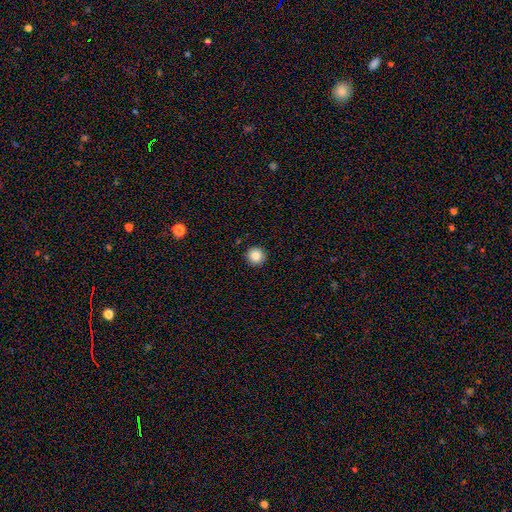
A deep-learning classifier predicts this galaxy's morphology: smooth-or-featured: smooth: 87% | star or artifact: 10% | featured or disk: 4%
  how-rounded: round: 95% | in between: 4% | cigar-shaped: 1%
  merging: none: 92% | minor disturbance: 5% | major disturbance: 2% | merger: 1%